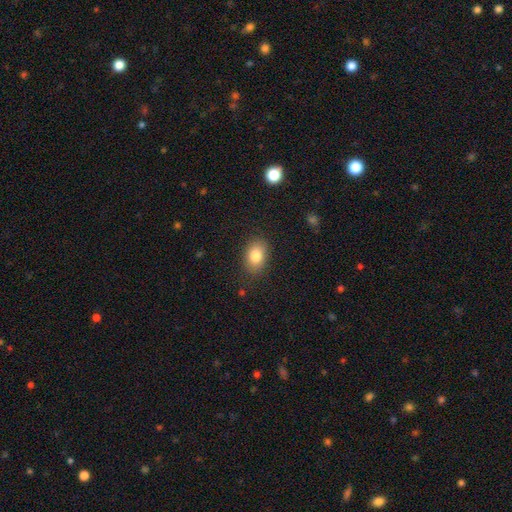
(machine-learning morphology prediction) Smooth or featured: smooth — 83% (star or artifact — 9%)
How rounded: in between — 81% (round — 17%)
Merging: none — 84% (minor disturbance — 12%)